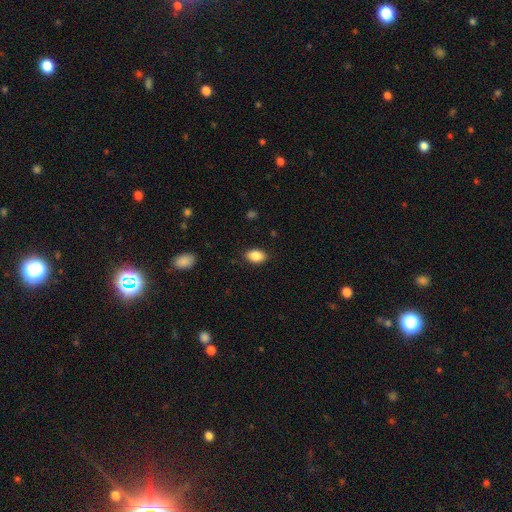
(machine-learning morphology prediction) Smooth or featured: smooth — 87% (star or artifact — 8%)
How rounded: in between — 86% (round — 12%)
Merging: none — 85% (minor disturbance — 11%)